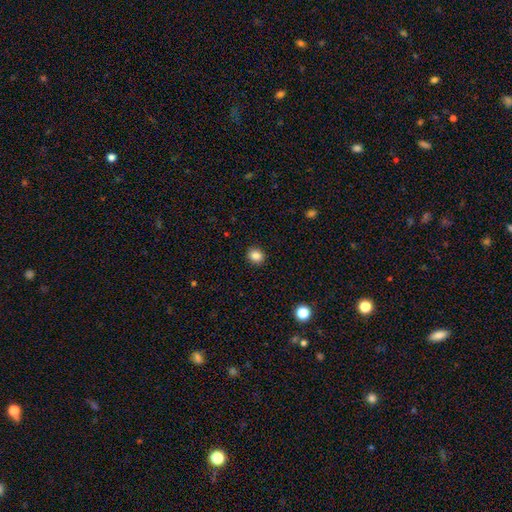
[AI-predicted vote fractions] A smooth galaxy with no disk features (85%) that is round (71%).

Vote fractions:
- Smooth or featured? smooth: 85% / star or artifact: 11% / featured or disk: 5%
- How rounded? round: 71% / in between: 28% / cigar-shaped: 1%
- Merging? none: 91% / minor disturbance: 6% / major disturbance: 2% / merger: 1%